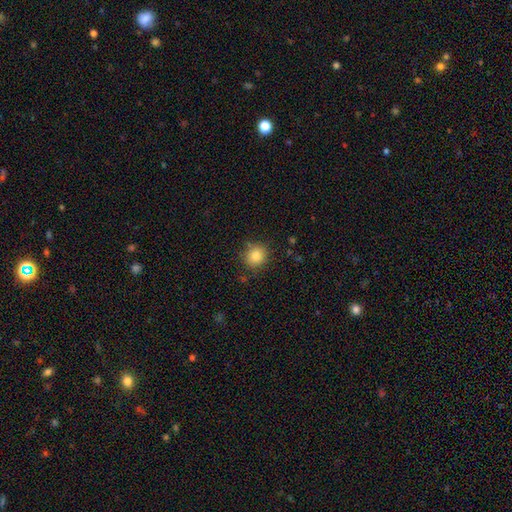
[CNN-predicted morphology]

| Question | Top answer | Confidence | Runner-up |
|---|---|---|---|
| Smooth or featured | smooth | 83% | star or artifact (11%) |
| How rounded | round | 88% | in between (11%) |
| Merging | none | 83% | minor disturbance (12%) |